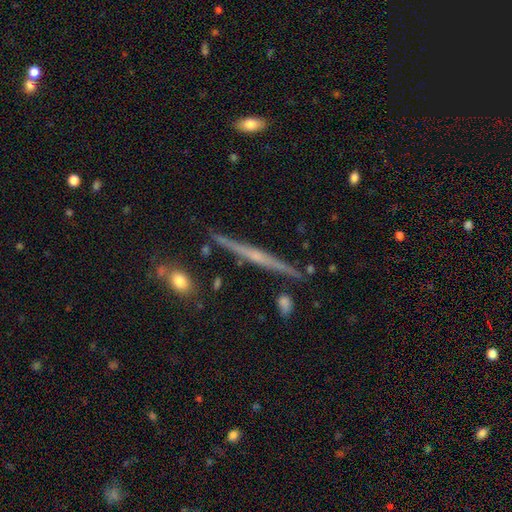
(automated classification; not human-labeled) Smooth or featured? Predicted: featured or disk (p=0.76). Edge-on disk? Predicted: yes (p=0.98). Edge-on bulge? Predicted: rounded (p=0.52). Merging? Predicted: none (p=0.88).